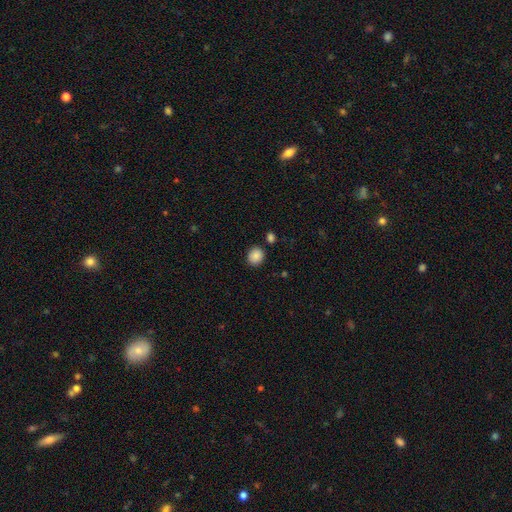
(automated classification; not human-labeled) Smooth or featured?
  - smooth: 87% *
  - star or artifact: 9%
  - featured or disk: 4%
How rounded?
  - round: 78% *
  - in between: 21%
  - cigar-shaped: 1%
Merging?
  - none: 86% *
  - minor disturbance: 8%
  - merger: 4%
  - major disturbance: 2%